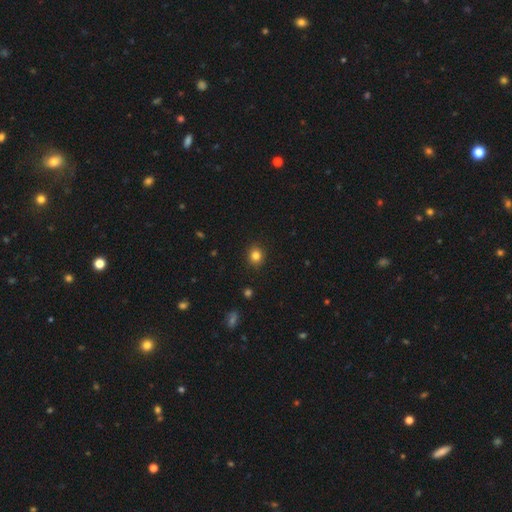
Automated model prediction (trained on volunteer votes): smooth-or-featured: smooth: 83% | star or artifact: 12% | featured or disk: 5%
  how-rounded: round: 79% | in between: 20% | cigar-shaped: 1%
  merging: none: 91% | minor disturbance: 7% | major disturbance: 2% | merger: 1%